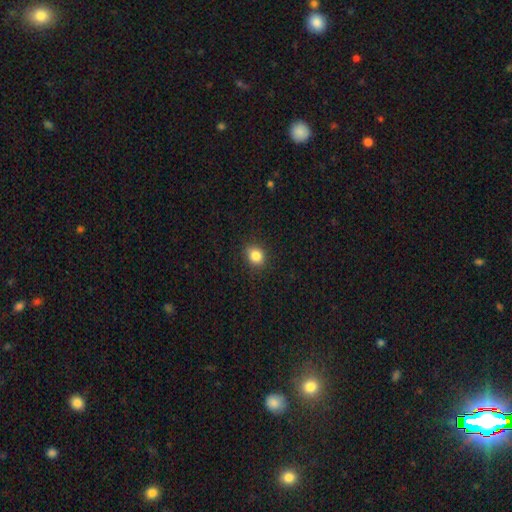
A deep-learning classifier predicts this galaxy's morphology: A smooth galaxy with no disk features (84%) that is round (66%).

Vote fractions:
- Smooth or featured? smooth: 84% / star or artifact: 11% / featured or disk: 5%
- How rounded? round: 66% / in between: 33% / cigar-shaped: 1%
- Merging? none: 88% / minor disturbance: 9% / major disturbance: 2% / merger: 1%